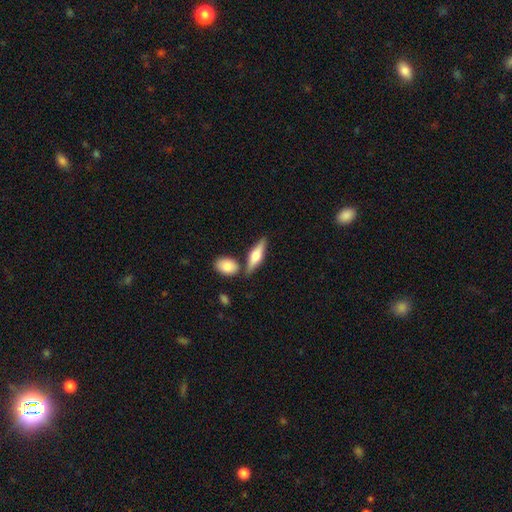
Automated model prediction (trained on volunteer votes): This is possibly a featured or disk galaxy (52%). It is clearly viewed edge-on (94%). Merging: likely none (73%).